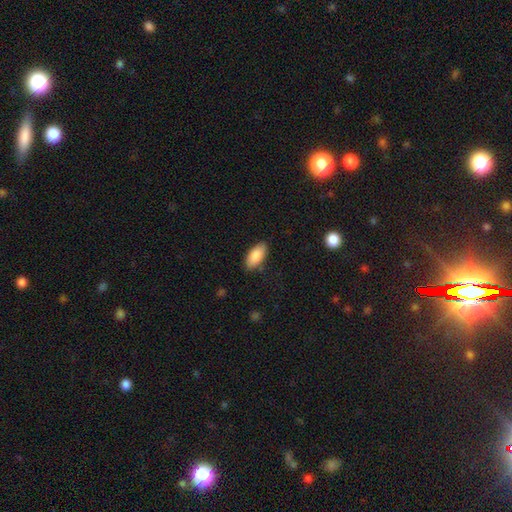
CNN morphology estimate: Smooth or featured: smooth — 87% (featured or disk — 7%)
How rounded: in between — 90% (cigar-shaped — 8%)
Merging: none — 85% (minor disturbance — 11%)